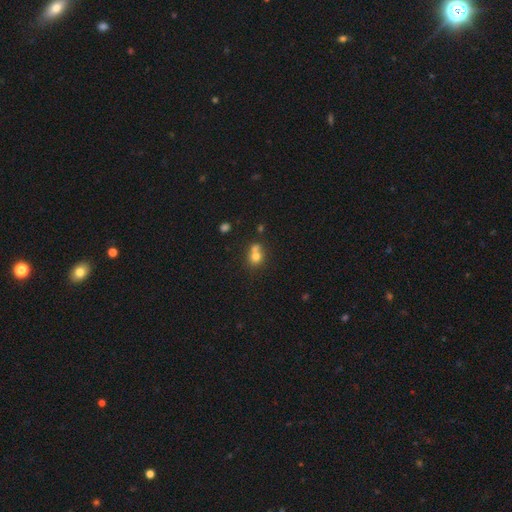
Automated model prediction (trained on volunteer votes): This appears to be a smooth galaxy with no disk features (73%) that is round (73%). Merging: merger (51%).